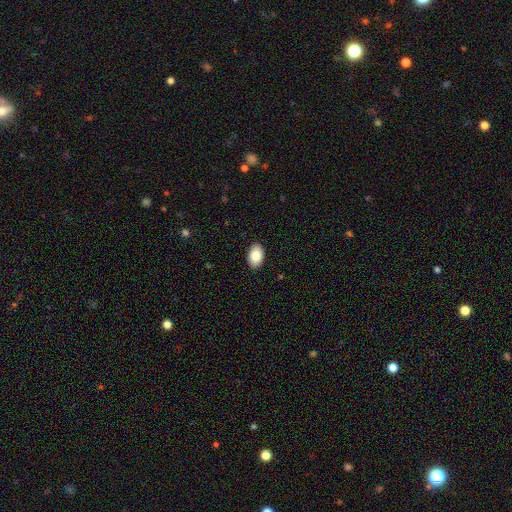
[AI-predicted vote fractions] Overall: smooth (85%). How rounded: in between (90%). Merging: none (90%).